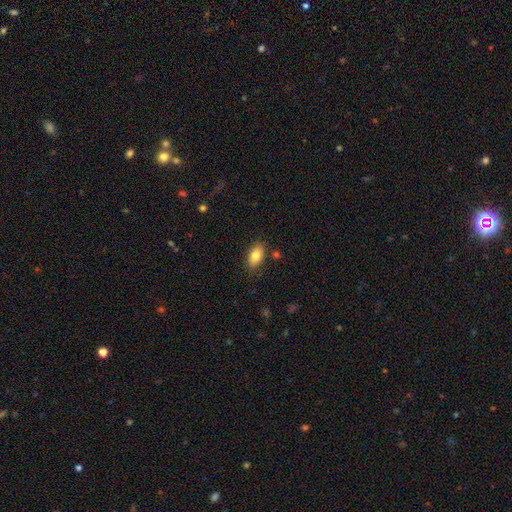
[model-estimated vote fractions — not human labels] smooth 83%, featured or disk 10%, star or artifact 8%. Down the decision tree: how rounded — in between (90%); merging — none (83%).